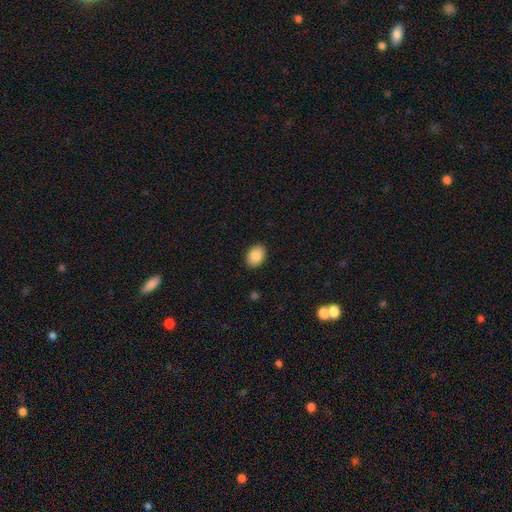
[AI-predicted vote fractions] smooth_or_featured: smooth (p=0.87) [alt: star or artifact p=0.08]
how_rounded: in between (p=0.71) [alt: round p=0.28]
merging: none (p=0.90) [alt: minor disturbance p=0.07]